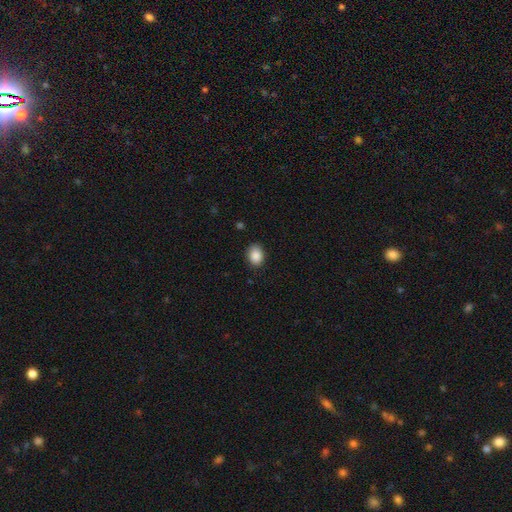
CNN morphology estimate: A smooth galaxy with no disk features (88%) that is in between round and cigar-shaped (68%).

Vote fractions:
- Smooth or featured? smooth: 88% / star or artifact: 8% / featured or disk: 4%
- How rounded? in between: 68% / round: 31% / cigar-shaped: 1%
- Merging? none: 84% / minor disturbance: 13% / major disturbance: 2% / merger: 1%